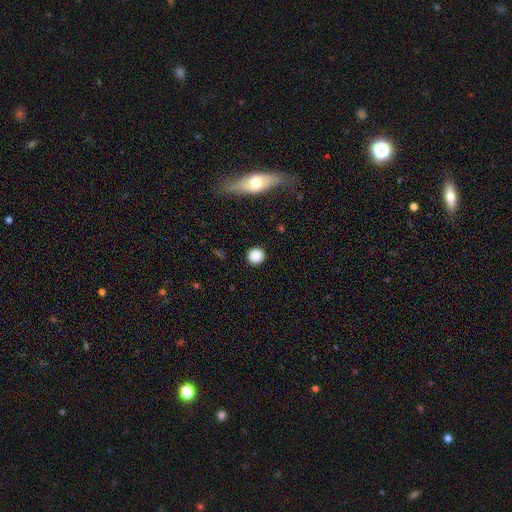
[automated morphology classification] A smooth galaxy with no disk features (87%) that is round (94%). Merging: none (91%).